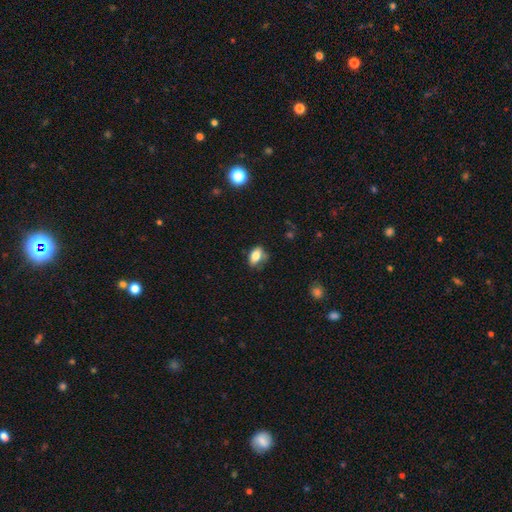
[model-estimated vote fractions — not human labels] smooth 78%, featured or disk 13%, star or artifact 9%. Down the decision tree: how rounded — in between (87%); merging — none (58%).